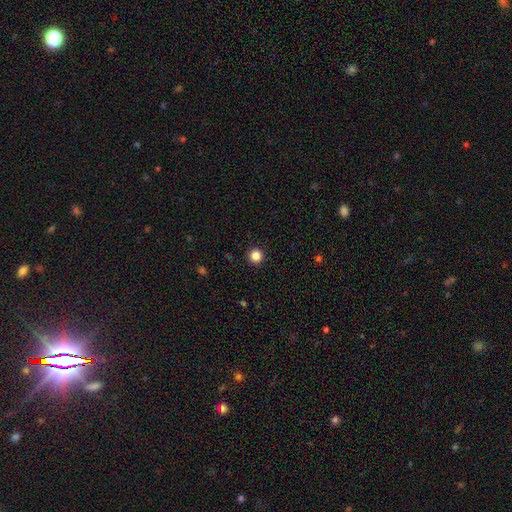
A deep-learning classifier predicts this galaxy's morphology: Smooth or featured?
  - smooth: 86% *
  - star or artifact: 11%
  - featured or disk: 3%
How rounded?
  - round: 96% *
  - in between: 3%
  - cigar-shaped: 1%
Merging?
  - none: 93% *
  - minor disturbance: 4%
  - major disturbance: 2%
  - merger: 1%